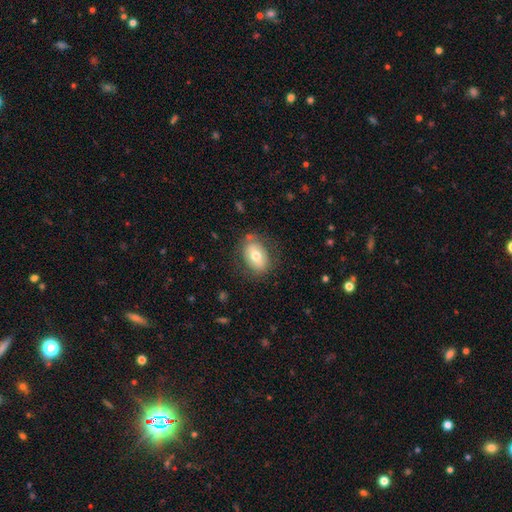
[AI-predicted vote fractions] A smooth galaxy with no disk features (65%) that is in between round and cigar-shaped (81%). Merging: none (74%).